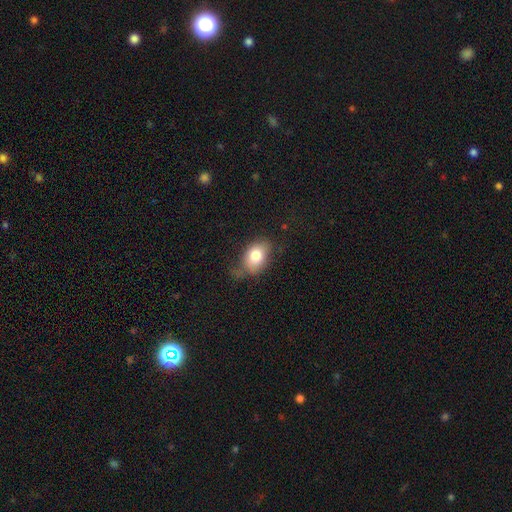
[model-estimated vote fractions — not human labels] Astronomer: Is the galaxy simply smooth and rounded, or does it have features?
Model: smooth — 77%.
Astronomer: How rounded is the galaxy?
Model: in between — 77%.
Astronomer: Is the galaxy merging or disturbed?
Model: none — 56%.